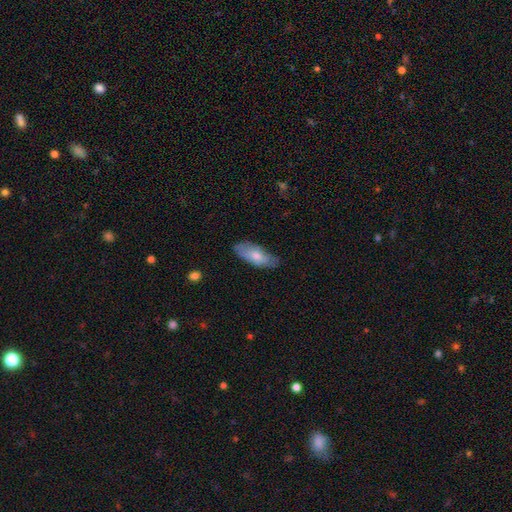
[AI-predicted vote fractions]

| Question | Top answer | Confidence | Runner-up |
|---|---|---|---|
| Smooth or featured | smooth | 65% | featured or disk (29%) |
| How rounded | in between | 81% | cigar-shaped (17%) |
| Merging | none | 72% | minor disturbance (22%) |